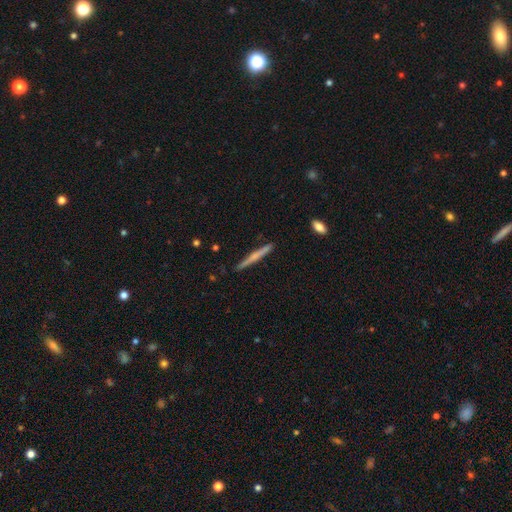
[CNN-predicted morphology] Overall: featured or disk (52%; smooth 42%). Edge-on disk: yes (98%). Edge-on bulge: none (48%; rounded 44%). Merging: none (90%).